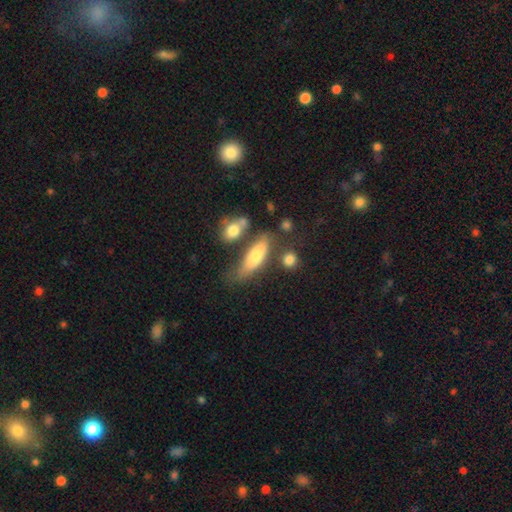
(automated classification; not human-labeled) Overall: smooth (67%). How rounded: in between (51%; cigar-shaped 46%). Merging: none (52%; minor disturbance 22%).